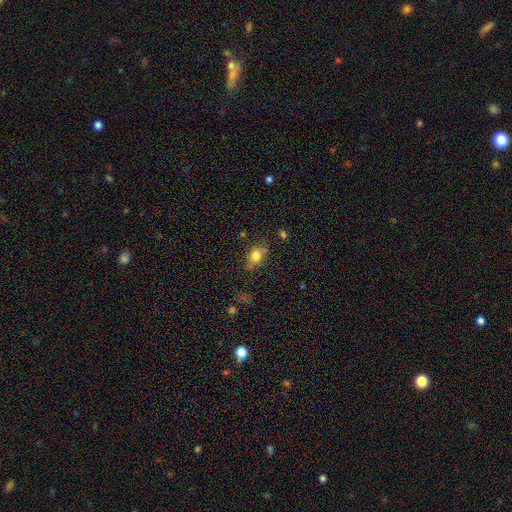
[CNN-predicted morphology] Smooth or featured? Predicted: smooth (p=0.78). How rounded? Predicted: in between (p=0.56). Merging? Predicted: none (p=0.70).